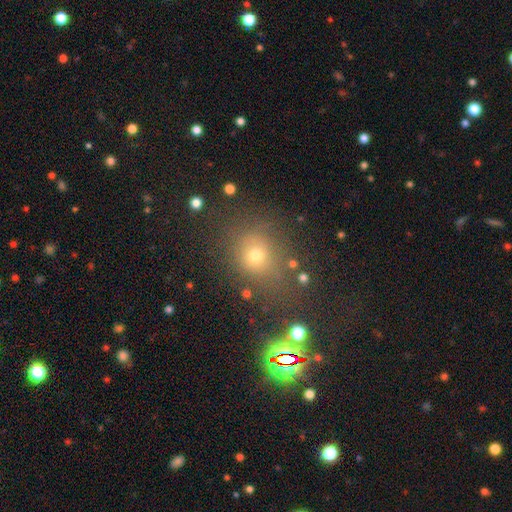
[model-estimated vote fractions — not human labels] A smooth galaxy with no disk features (65%) that is round (73%).

Vote fractions:
- Smooth or featured? smooth: 65% / star or artifact: 24% / featured or disk: 11%
- How rounded? round: 73% / in between: 25% / cigar-shaped: 1%
- Merging? none: 70% / minor disturbance: 15% / major disturbance: 8% / merger: 7%